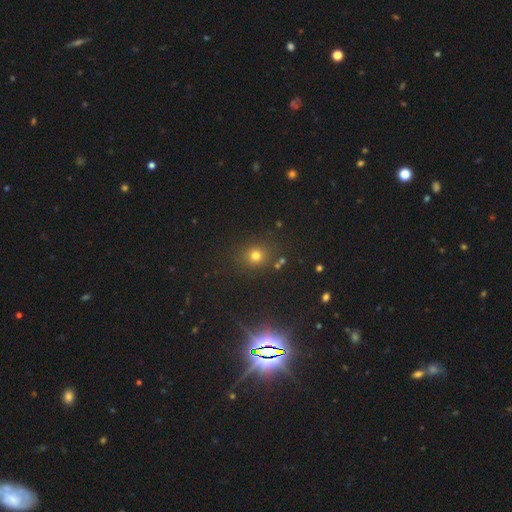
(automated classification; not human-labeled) Smooth or featured? Predicted: smooth (p=0.70). How rounded? Predicted: round (p=0.83). Merging? Predicted: none (p=0.82).